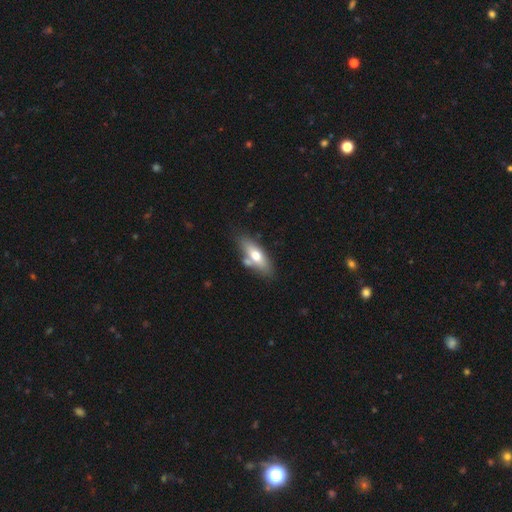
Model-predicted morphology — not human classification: Q: Smooth or featured?
A: smooth (61%); runner-up: featured or disk (33%)
Q: How rounded?
A: in between (63%); runner-up: cigar-shaped (34%)
Q: Merging?
A: none (66%); runner-up: merger (16%)